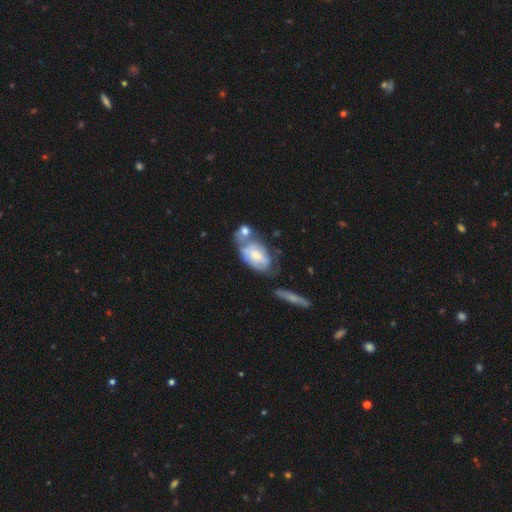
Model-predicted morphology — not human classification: Smooth or featured? featured or disk (49%)
Merging? merger (36%)